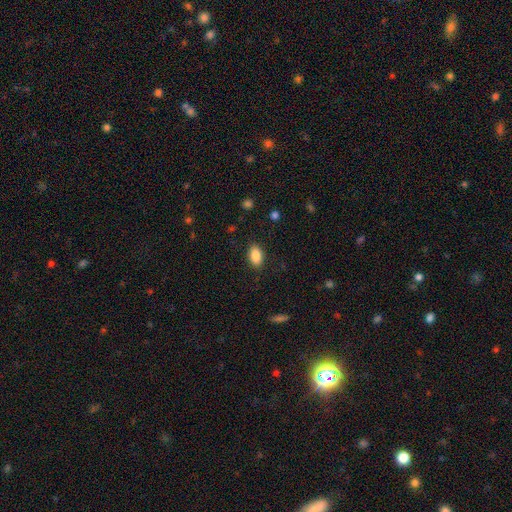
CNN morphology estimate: Overall: smooth (87%). How rounded: in between (90%). Merging: none (87%).